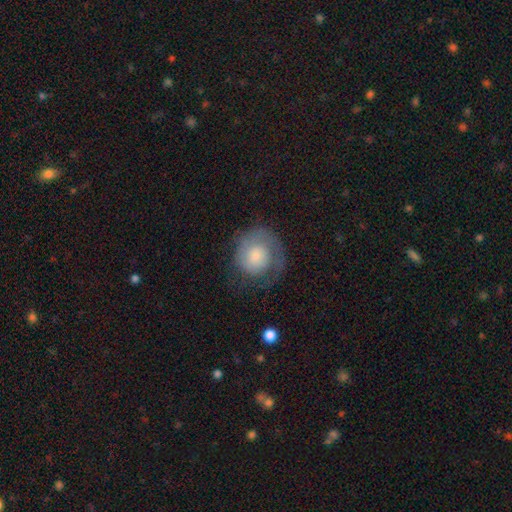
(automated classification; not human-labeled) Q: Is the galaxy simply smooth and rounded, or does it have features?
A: smooth — 49%.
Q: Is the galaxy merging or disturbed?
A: none — 52%.